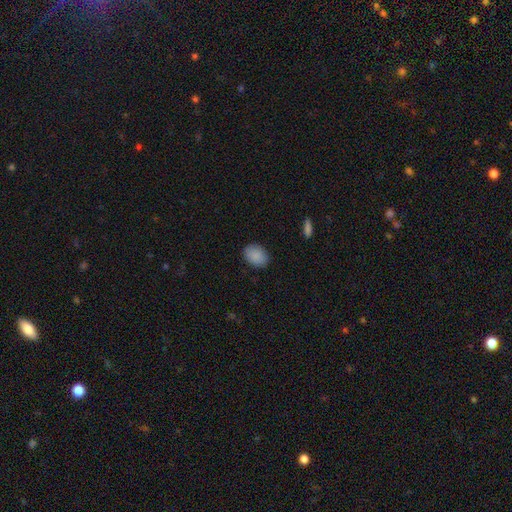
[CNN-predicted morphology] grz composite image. It shows a smooth galaxy with no disk features (89%) that is in between round and cigar-shaped (71%). Merging: none (88%).